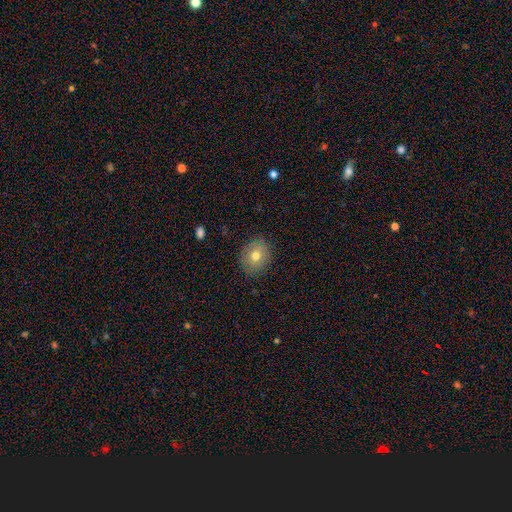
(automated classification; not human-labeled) A smooth galaxy with no disk features (69%) that is round (64%). Merging: none (83%).